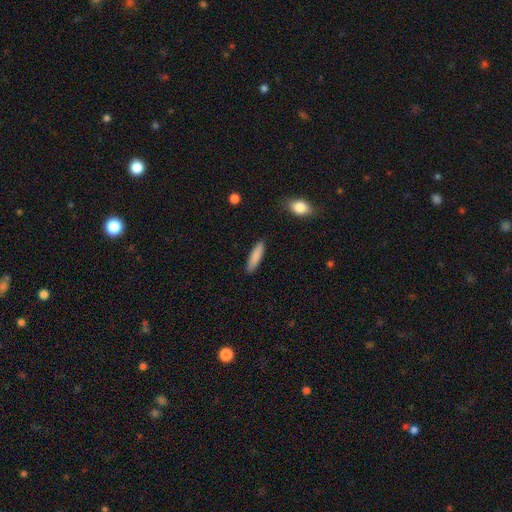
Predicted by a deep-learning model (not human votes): Overall: smooth (85%). How rounded: cigar-shaped (76%). Merging: none (88%).